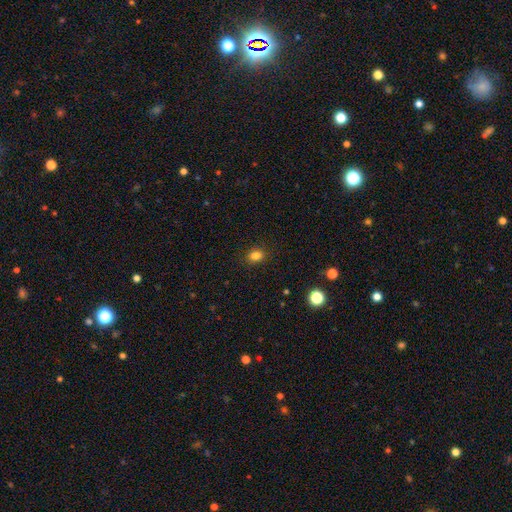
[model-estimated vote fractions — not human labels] Morphology: type=smooth (83%); roundness=in between (50%); merging=none (88%).